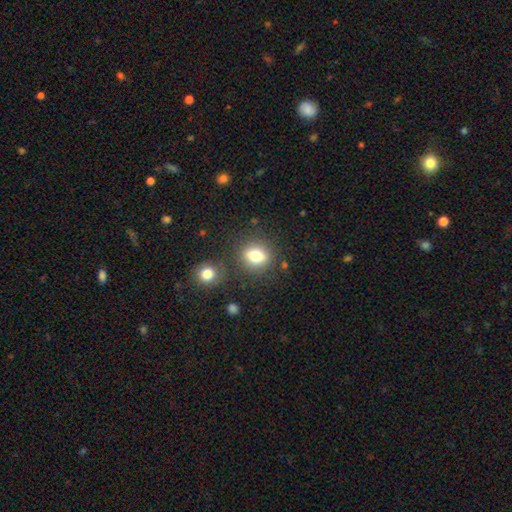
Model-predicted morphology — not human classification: A smooth galaxy with no disk features (75%) that is round (60%). Merging: none (80%).